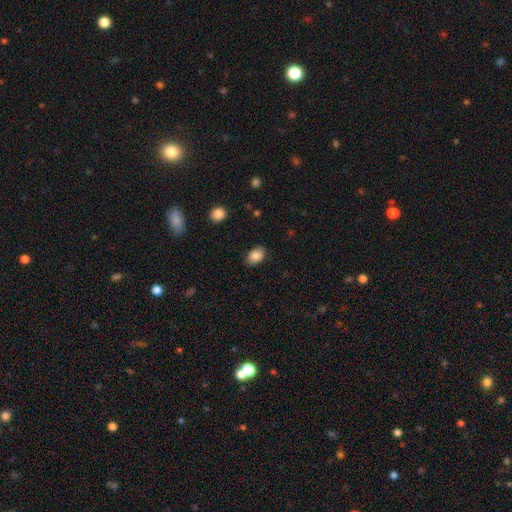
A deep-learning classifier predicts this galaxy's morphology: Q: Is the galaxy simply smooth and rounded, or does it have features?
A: smooth — 87%.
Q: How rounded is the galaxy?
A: in between — 84%.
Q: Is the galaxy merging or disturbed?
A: none — 84%.